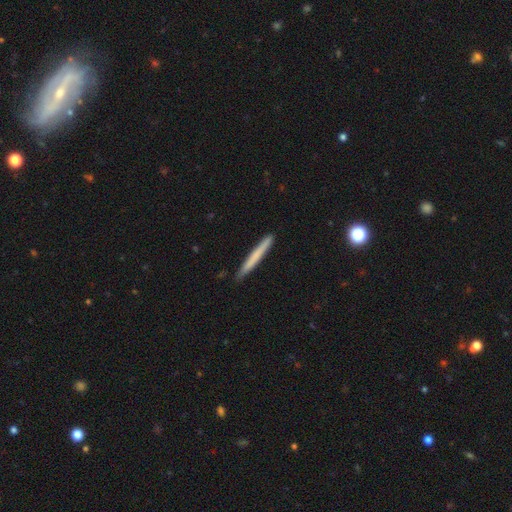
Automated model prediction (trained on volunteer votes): Morphology: type=smooth (66%); roundness=cigar-shaped (97%); merging=none (91%).